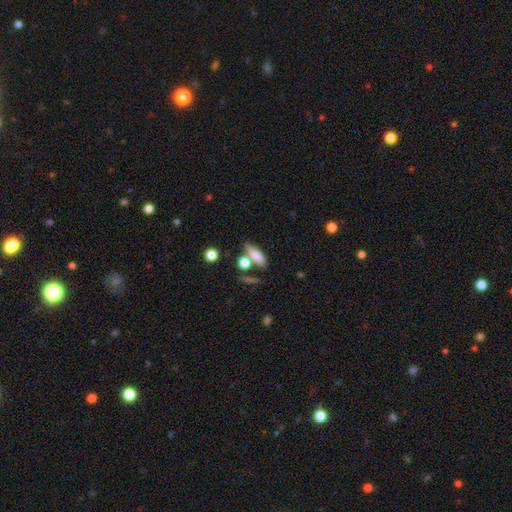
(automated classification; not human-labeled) This appears to be a smooth galaxy with no disk features (76%) that is in between round and cigar-shaped (63%). Merging: none (50%).